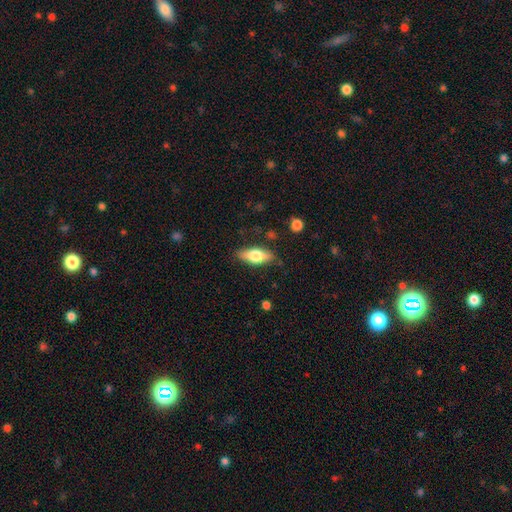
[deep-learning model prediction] smooth-or-featured: smooth: 63% | featured or disk: 31% | star or artifact: 6%
  how-rounded: in between: 73% | cigar-shaped: 23% | round: 3%
  merging: none: 82% | minor disturbance: 13% | major disturbance: 3% | merger: 2%